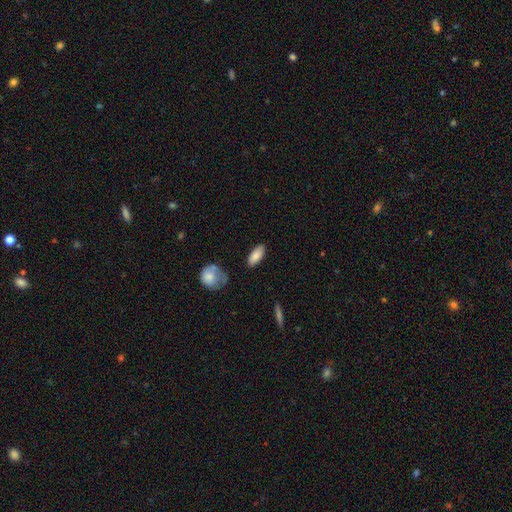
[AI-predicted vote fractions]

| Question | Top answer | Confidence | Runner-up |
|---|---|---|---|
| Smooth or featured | smooth | 85% | featured or disk (9%) |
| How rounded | in between | 83% | cigar-shaped (15%) |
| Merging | none | 83% | minor disturbance (12%) |